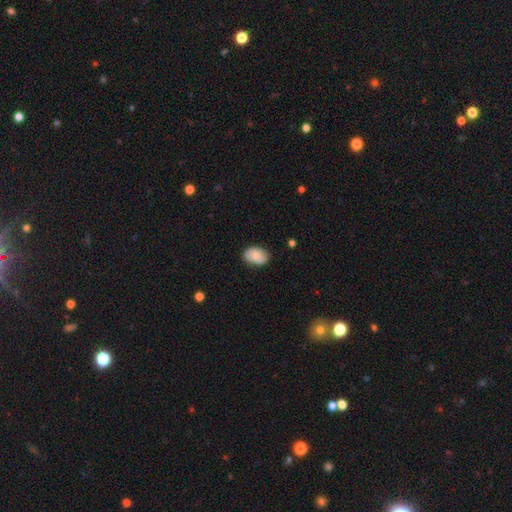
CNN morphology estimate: smooth_or_featured: smooth (p=0.71) [alt: featured or disk p=0.22]
how_rounded: in between (p=0.85) [alt: round p=0.14]
merging: none (p=0.78) [alt: minor disturbance p=0.18]